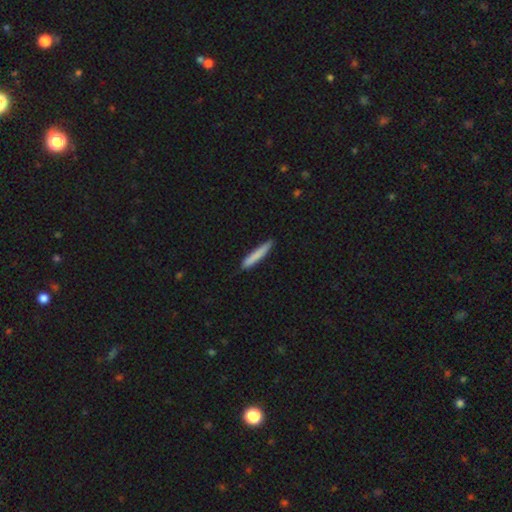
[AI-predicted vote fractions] Smooth or featured? Predicted: smooth (p=0.80). How rounded? Predicted: cigar-shaped (p=0.94). Merging? Predicted: none (p=0.86).